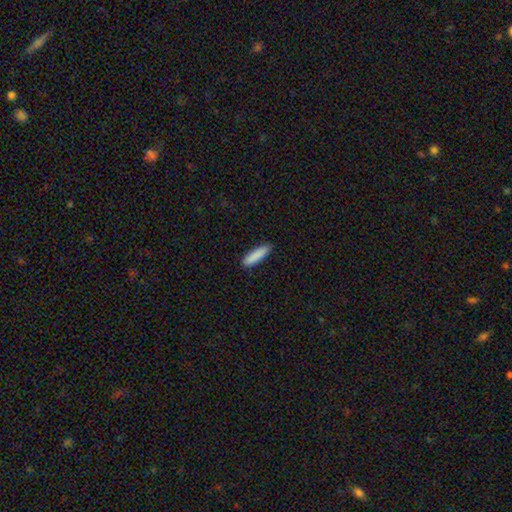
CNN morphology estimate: The model was most divided on "how rounded": cigar-shaped: 79%, in between: 20%, round: 1%. More confident: smooth or featured — smooth (88%); merging — none (88%).